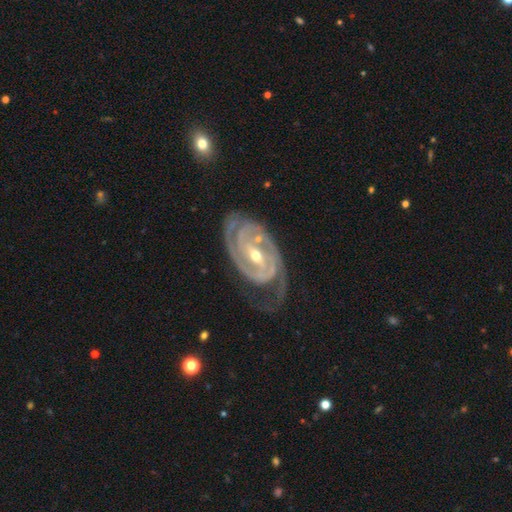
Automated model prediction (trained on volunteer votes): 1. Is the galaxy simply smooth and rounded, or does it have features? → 91% featured or disk, 5% smooth, 4% star or artifact.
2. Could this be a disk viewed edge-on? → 96% no, 4% yes.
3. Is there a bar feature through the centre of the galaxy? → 44% strong, 37% weak, 19% no.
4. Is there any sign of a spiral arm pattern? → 97% yes, 3% no.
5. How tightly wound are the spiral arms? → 69% tight, 25% medium, 6% loose.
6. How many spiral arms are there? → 67% 2, 11% 3, 11% can't tell, 5% 1, 3% 4, 3% more than 4.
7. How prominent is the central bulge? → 54% moderate, 43% small, 2% large, 1% none, 1% dominant.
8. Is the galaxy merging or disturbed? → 59% none, 22% minor disturbance, 15% major disturbance, 4% merger.